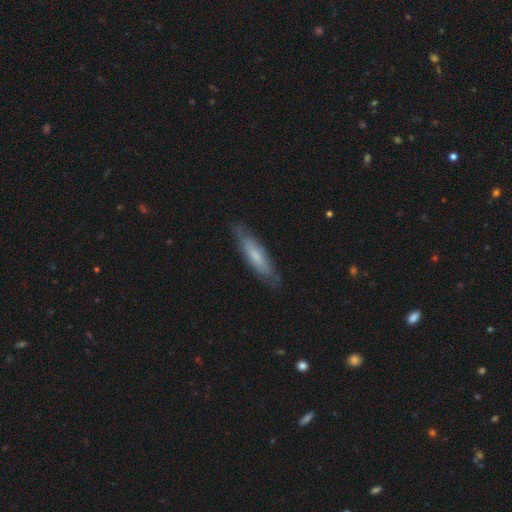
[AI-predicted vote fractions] Smooth or featured? smooth (55%)
How rounded? cigar-shaped (72%)
Merging? none (80%)